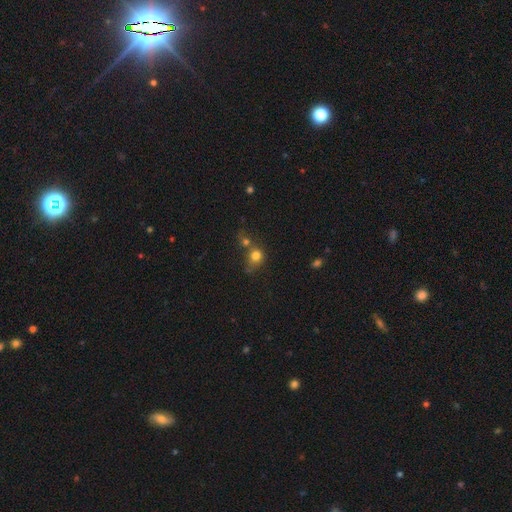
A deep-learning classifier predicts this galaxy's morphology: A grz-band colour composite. It shows a smooth galaxy with no disk features (76%) that is round (78%). Merging: merger (43%).